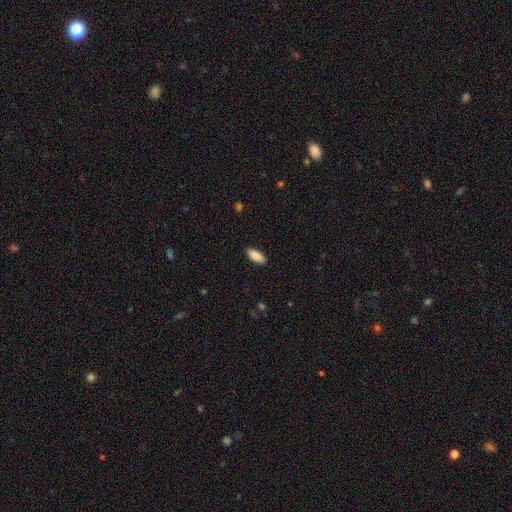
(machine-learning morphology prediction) smooth-or-featured: smooth: 89% | star or artifact: 6% | featured or disk: 5%
  how-rounded: in between: 85% | cigar-shaped: 13% | round: 2%
  merging: none: 89% | minor disturbance: 9% | major disturbance: 2% | merger: 1%